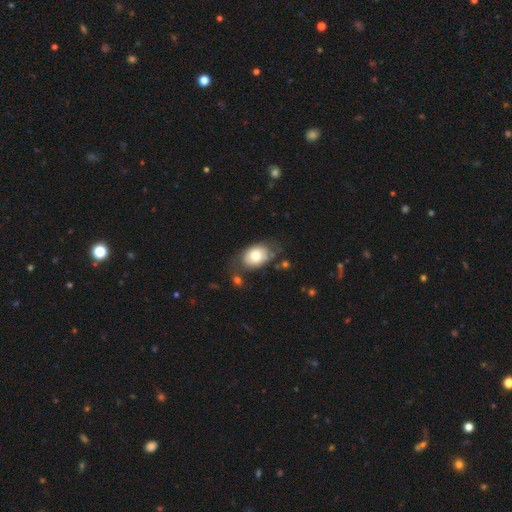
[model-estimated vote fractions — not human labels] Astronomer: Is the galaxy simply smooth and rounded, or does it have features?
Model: smooth — 73%.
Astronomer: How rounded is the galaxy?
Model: in between — 76%.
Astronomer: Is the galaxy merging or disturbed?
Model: none — 61%.